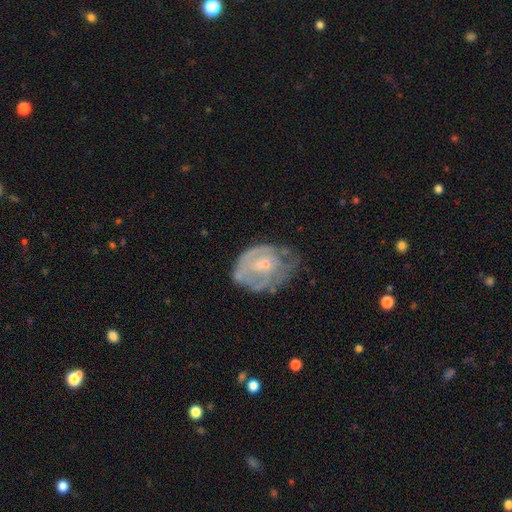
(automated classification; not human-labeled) Q: Smooth or featured?
A: featured or disk (66%); runner-up: smooth (24%)
Q: Edge-on disk?
A: no (96%); runner-up: yes (4%)
Q: Bar?
A: no (58%); runner-up: weak (35%)
Q: Spiral arms?
A: yes (64%); runner-up: no (36%)
Q: Bulge size?
A: small (61%); runner-up: moderate (32%)
Q: Merging?
A: none (53%); runner-up: minor disturbance (29%)